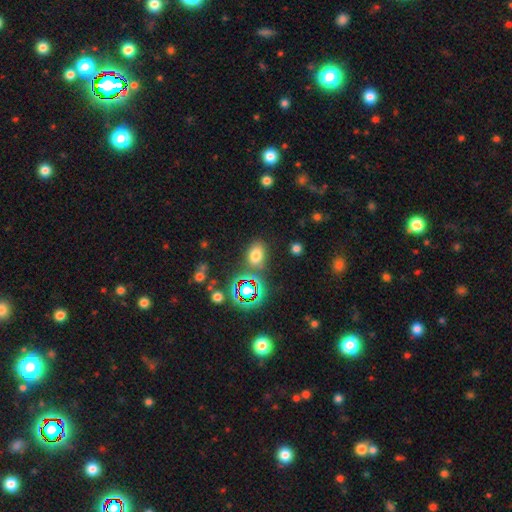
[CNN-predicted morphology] smooth-or-featured: smooth: 68% | star or artifact: 24% | featured or disk: 8%
  how-rounded: in between: 76% | round: 23% | cigar-shaped: 2%
  merging: none: 74% | minor disturbance: 13% | merger: 7% | major disturbance: 5%